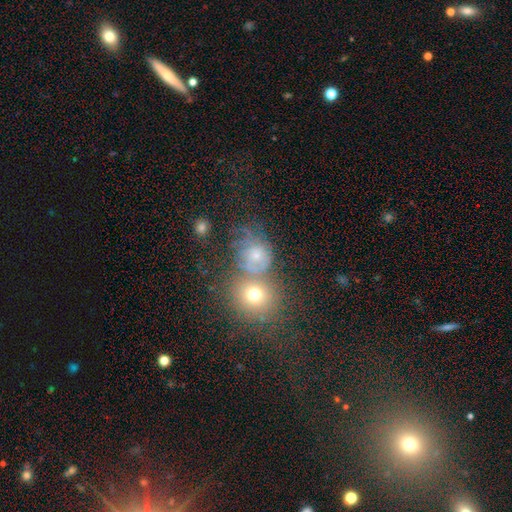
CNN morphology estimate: type=smooth (52%); roundness=round (70%); merging=none (42%).